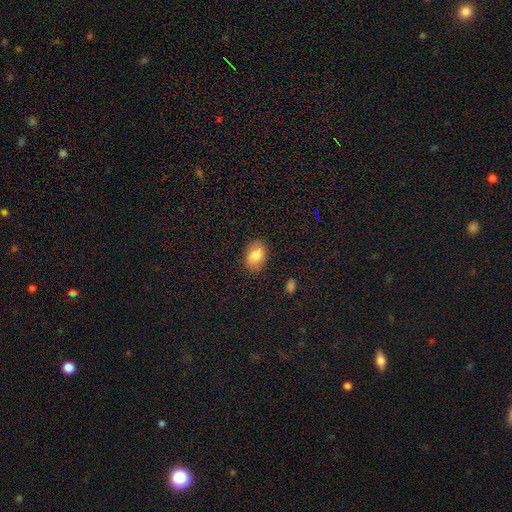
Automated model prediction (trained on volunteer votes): smooth 78%, featured or disk 13%, star or artifact 8%. Down the decision tree: how rounded — in between (82%); merging — none (84%).